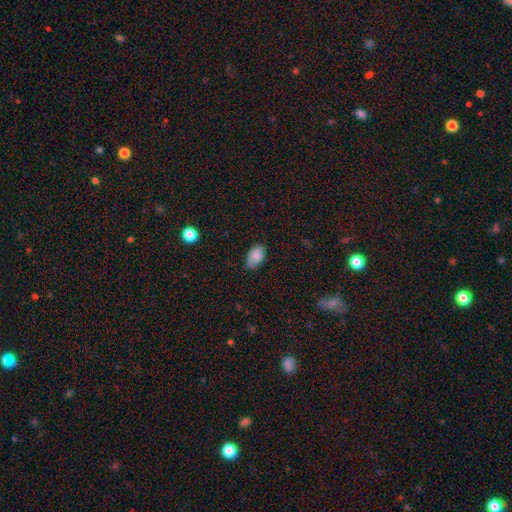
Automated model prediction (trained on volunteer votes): A smooth galaxy with no disk features (85%) that is in between round and cigar-shaped (93%). Merging: none (79%).